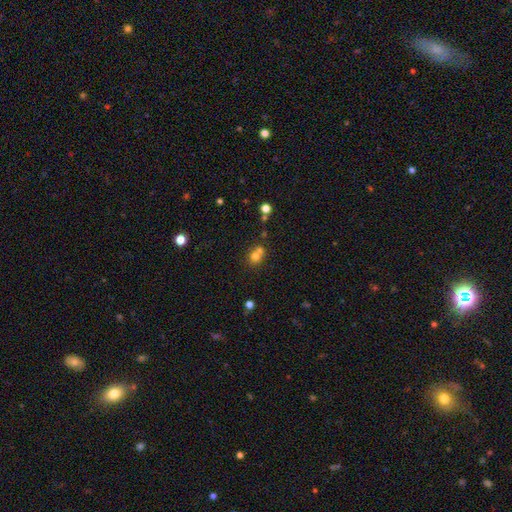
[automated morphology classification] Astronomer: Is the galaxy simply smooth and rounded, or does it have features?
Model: smooth — 69%.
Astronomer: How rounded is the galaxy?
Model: round — 80%.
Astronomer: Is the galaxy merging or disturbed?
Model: merger — 45%, tied with none at 45%.